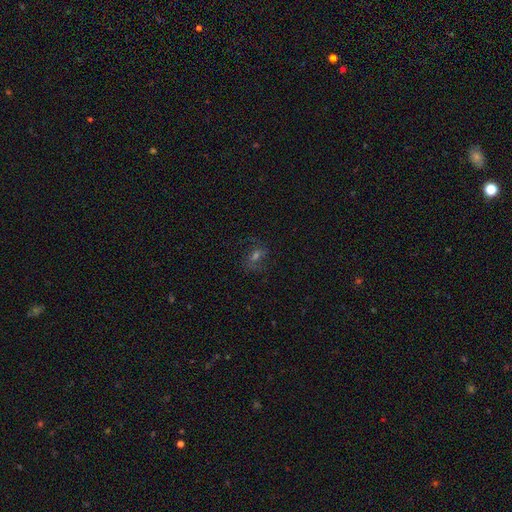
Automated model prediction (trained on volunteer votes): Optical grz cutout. It shows a featured or disk galaxy (35%). Merging: none (72%).